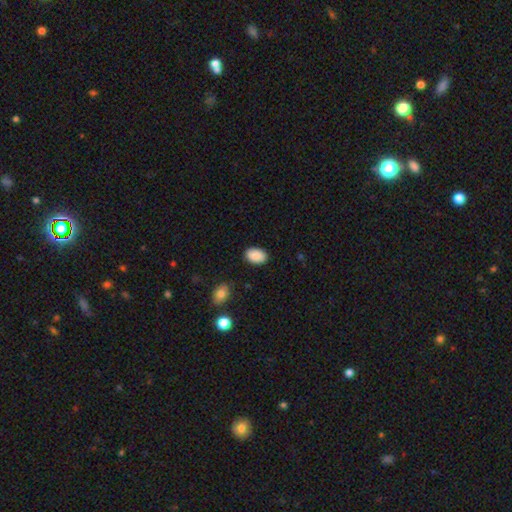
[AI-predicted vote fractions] Morphology: type=smooth (89%); roundness=in between (88%); merging=none (88%).